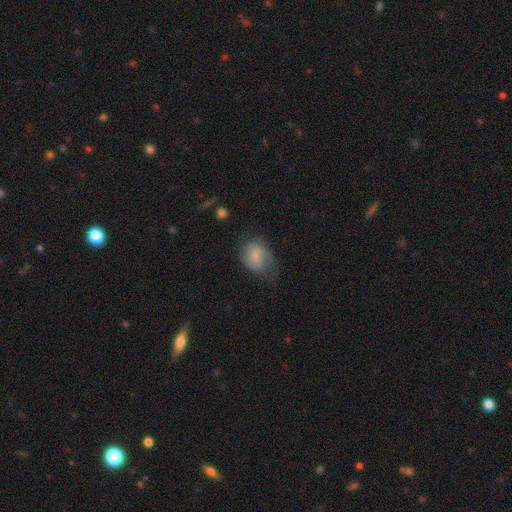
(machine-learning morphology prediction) Overall: smooth (61%; featured or disk 31%). How rounded: in between (63%; round 36%). Merging: none (38%; minor disturbance 33%).